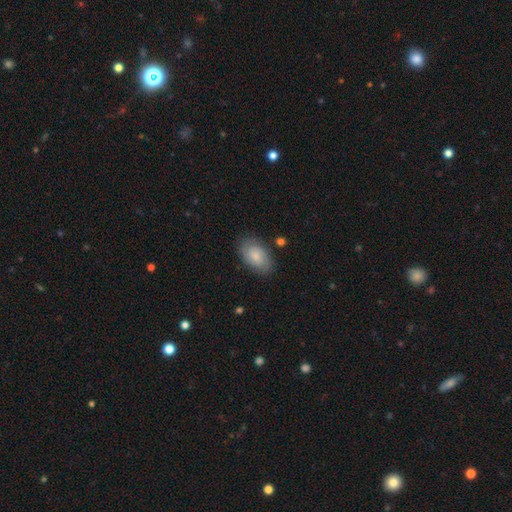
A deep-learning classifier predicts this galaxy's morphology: The model was most divided on "smooth or featured": smooth: 65%, featured or disk: 28%, star or artifact: 7%. More confident: how rounded — in between (91%); merging — none (79%).